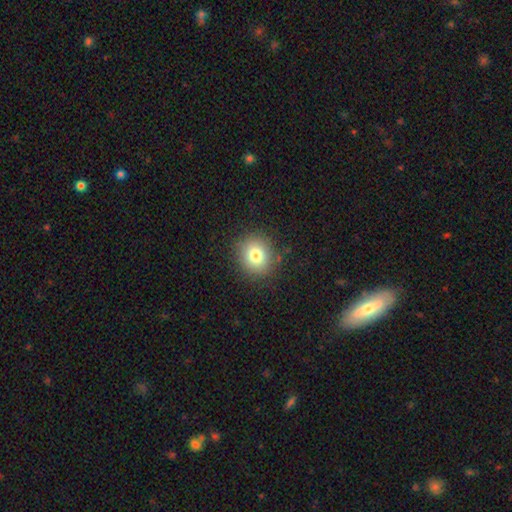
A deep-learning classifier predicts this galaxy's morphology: Smooth or featured?
  - smooth: 80% *
  - star or artifact: 11%
  - featured or disk: 9%
How rounded?
  - round: 81% *
  - in between: 18%
  - cigar-shaped: 1%
Merging?
  - none: 87% *
  - minor disturbance: 9%
  - major disturbance: 3%
  - merger: 1%